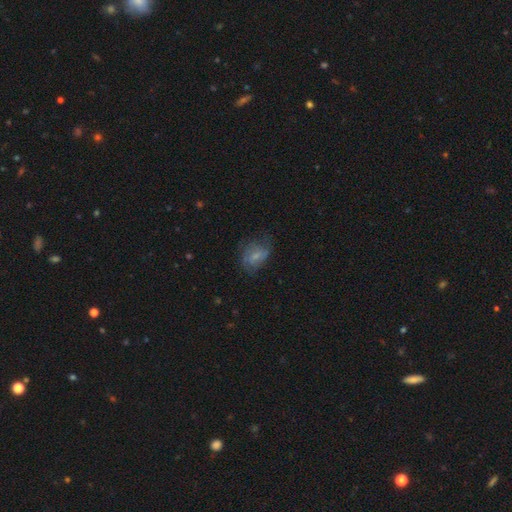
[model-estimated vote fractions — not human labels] smooth_or_featured: smooth (p=0.46) [alt: featured or disk p=0.44]
merging: none (p=0.51) [alt: minor disturbance p=0.27]